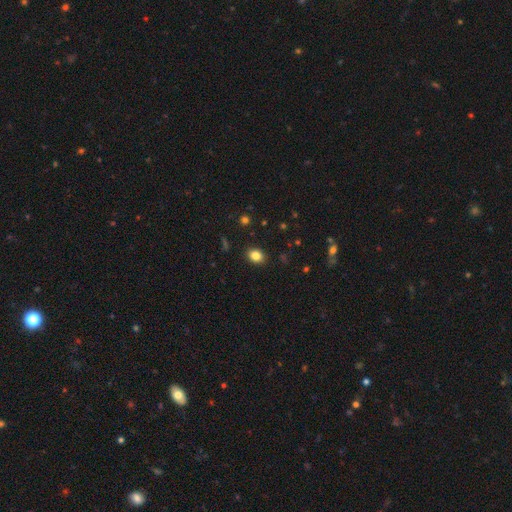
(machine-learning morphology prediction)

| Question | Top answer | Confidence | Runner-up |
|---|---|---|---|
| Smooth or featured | smooth | 84% | star or artifact (11%) |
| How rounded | in between | 51% | round (48%) |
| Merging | none | 90% | minor disturbance (7%) |